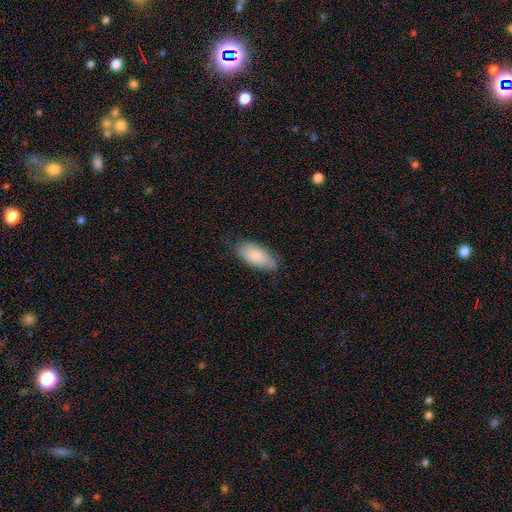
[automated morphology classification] Smooth or featured? smooth (81%)
How rounded? in between (88%)
Merging? none (73%)